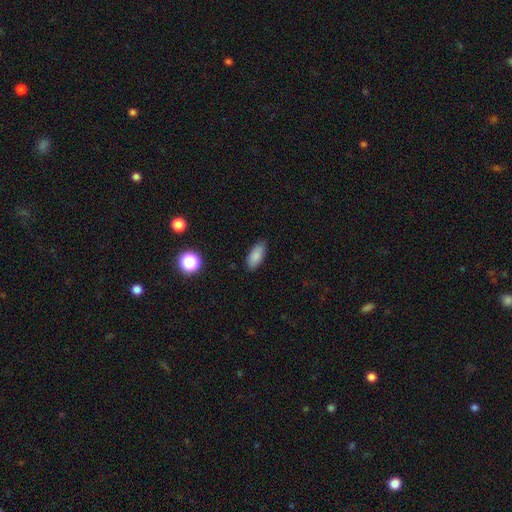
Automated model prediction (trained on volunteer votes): This is clearly a smooth galaxy (85%). How rounded: clearly in between (86%). Merging: clearly none (84%).